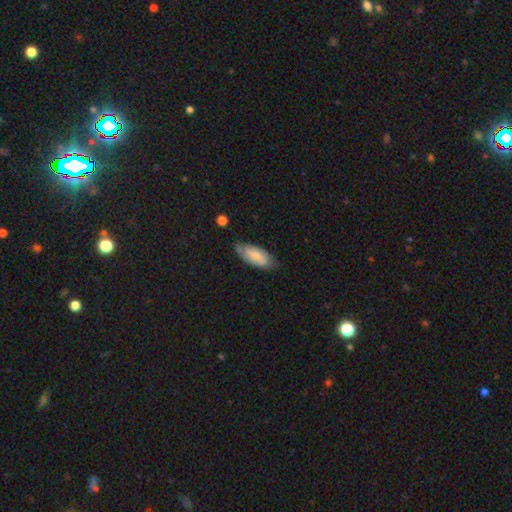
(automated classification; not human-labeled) Morphology: type=smooth (58%); roundness=in between (86%); merging=none (64%).